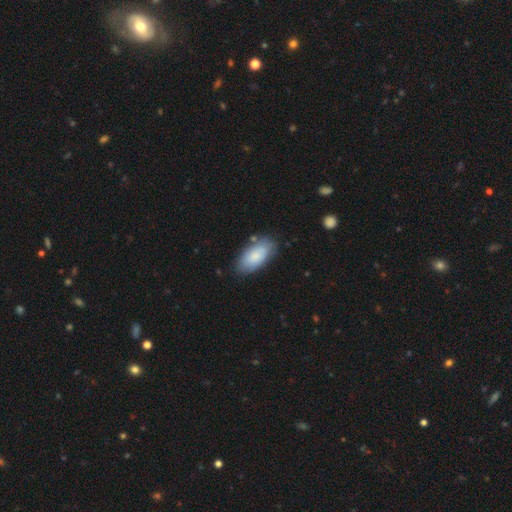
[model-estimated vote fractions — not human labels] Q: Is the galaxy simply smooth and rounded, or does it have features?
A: smooth — 81%.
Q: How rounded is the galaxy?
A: in between — 94%.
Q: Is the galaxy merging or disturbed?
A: none — 78%.